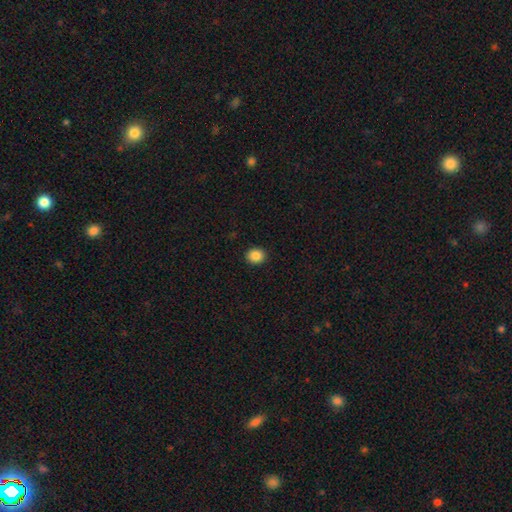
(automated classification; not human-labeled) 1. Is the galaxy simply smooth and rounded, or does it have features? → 86% smooth, 9% star or artifact, 4% featured or disk.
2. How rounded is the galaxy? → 73% round, 27% in between, 1% cigar-shaped.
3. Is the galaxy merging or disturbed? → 92% none, 6% minor disturbance, 2% major disturbance, 1% merger.